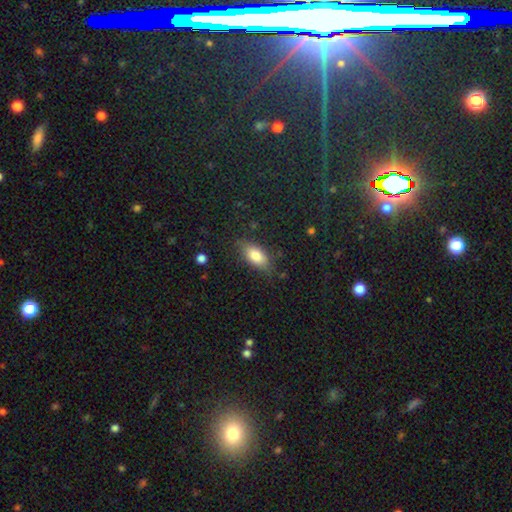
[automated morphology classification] Smooth or featured? Predicted: smooth (p=0.79). How rounded? Predicted: in between (p=0.87). Merging? Predicted: none (p=0.77).